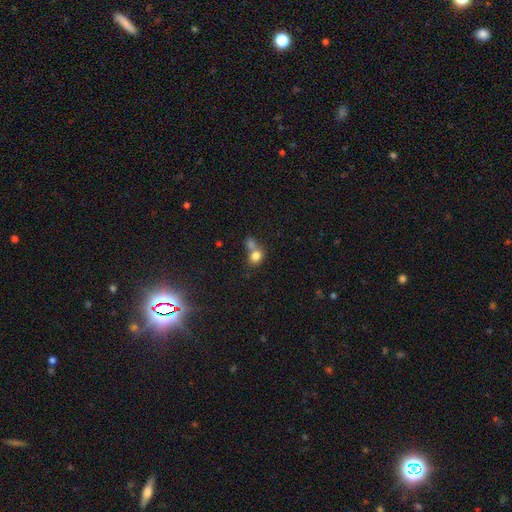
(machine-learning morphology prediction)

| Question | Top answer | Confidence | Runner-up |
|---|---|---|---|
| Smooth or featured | smooth | 78% | star or artifact (11%) |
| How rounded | round | 65% | in between (34%) |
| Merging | merger | 56% | none (31%) |